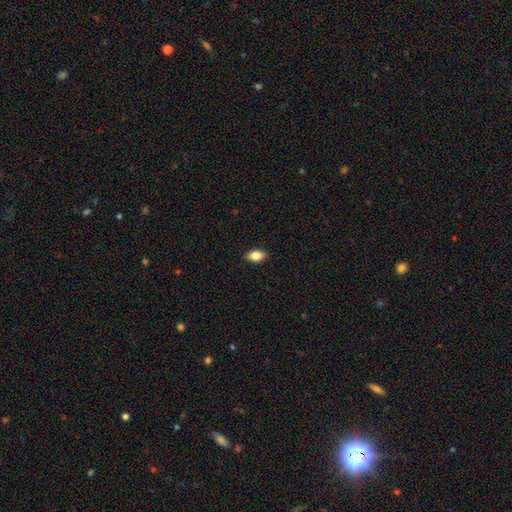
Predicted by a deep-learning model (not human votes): This appears to be a smooth galaxy with no disk features (81%) that is in between round and cigar-shaped (88%). Merging: none (88%).